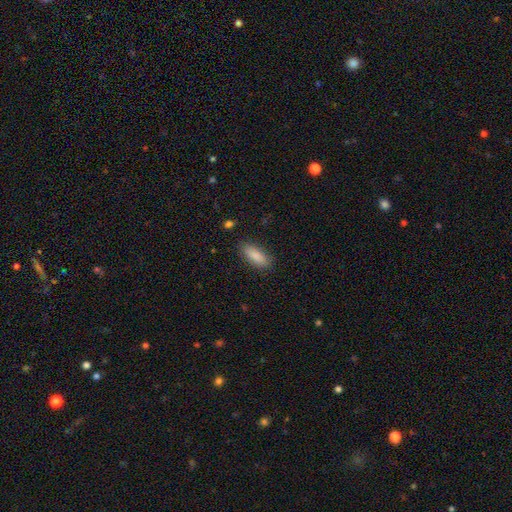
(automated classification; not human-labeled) Smooth or featured?
  - smooth: 88% *
  - featured or disk: 6%
  - star or artifact: 6%
How rounded?
  - in between: 73% *
  - cigar-shaped: 25%
  - round: 2%
Merging?
  - none: 87% *
  - minor disturbance: 10%
  - major disturbance: 2%
  - merger: 1%